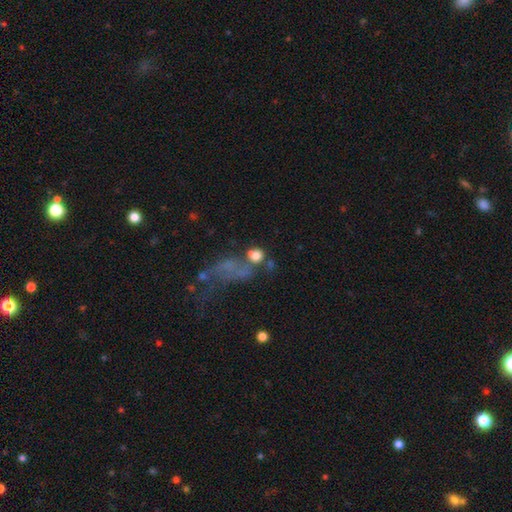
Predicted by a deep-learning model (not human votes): Overall: smooth (73%). How rounded: round (72%). Merging: none (39%; merger 29%).